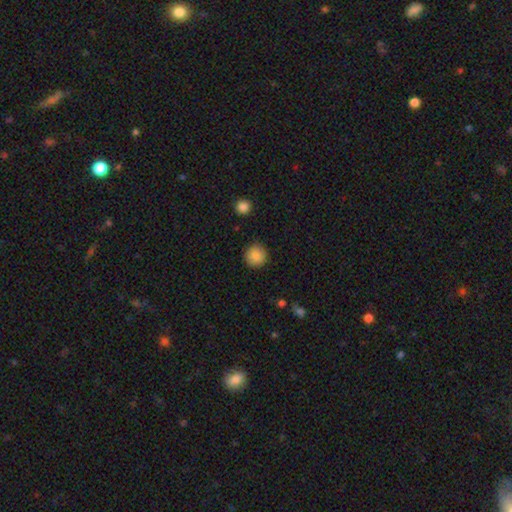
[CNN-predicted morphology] smooth_or_featured: smooth (p=0.87) [alt: star or artifact p=0.09]
how_rounded: round (p=0.94) [alt: in between p=0.05]
merging: none (p=0.91) [alt: minor disturbance p=0.06]